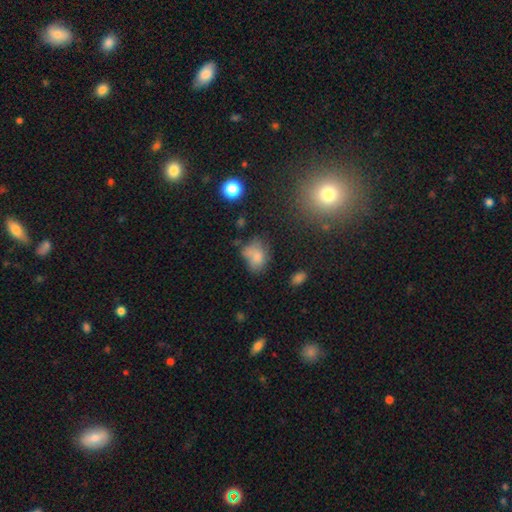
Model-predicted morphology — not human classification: Smooth or featured: smooth — 71% (featured or disk — 16%)
How rounded: in between — 71% (round — 28%)
Merging: none — 36% (minor disturbance — 27%)